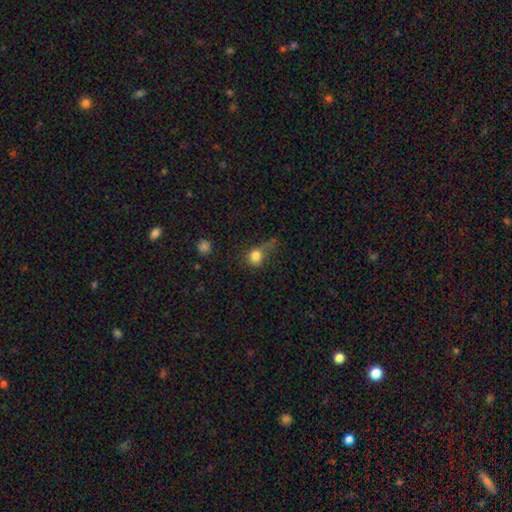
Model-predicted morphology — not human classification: smooth_or_featured: smooth (p=0.79) [alt: star or artifact p=0.11]
how_rounded: round (p=0.70) [alt: in between p=0.28]
merging: major disturbance (p=0.35) [alt: none p=0.32]